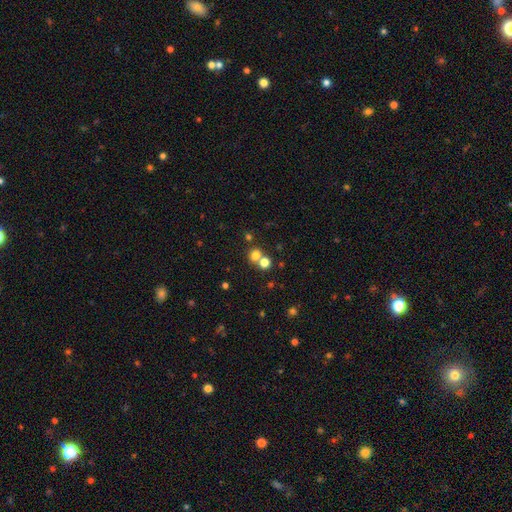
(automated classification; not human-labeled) smooth_or_featured: smooth (p=0.73) [alt: star or artifact p=0.18]
how_rounded: round (p=0.83) [alt: in between p=0.16]
merging: none (p=0.55) [alt: merger p=0.36]